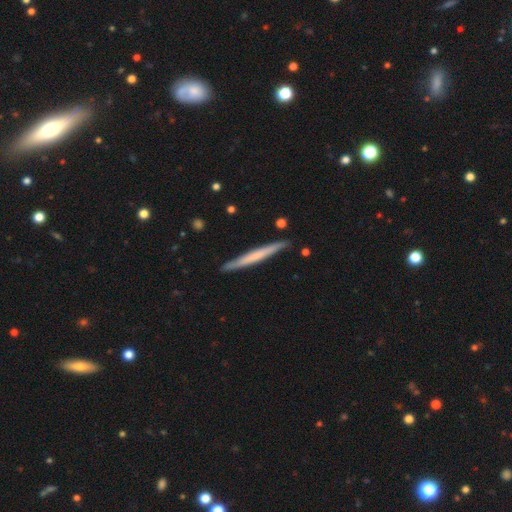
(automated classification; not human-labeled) smooth 51%, featured or disk 44%, star or artifact 5%. Down the decision tree: how rounded — cigar-shaped (97%); merging — none (90%).